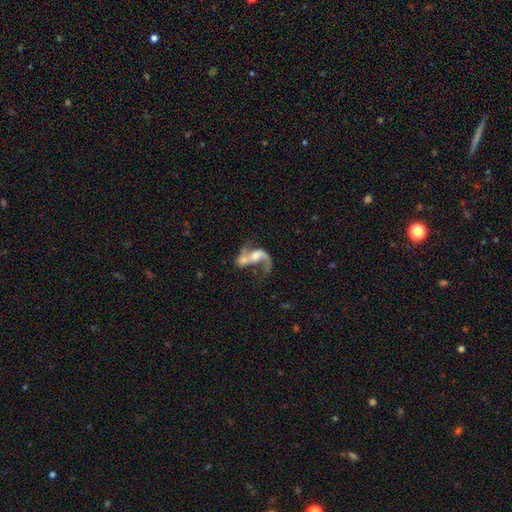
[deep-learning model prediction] Overall: featured or disk (73%). Edge-on disk: no (96%). Bar: no (55%; weak 33%). Spiral arms: yes (81%). Spiral arm count: 2 (61%; 1 32%). Spiral winding: loose (79%). Bulge size: moderate (41%; small 25%). Merging: merger (53%; none 20%).